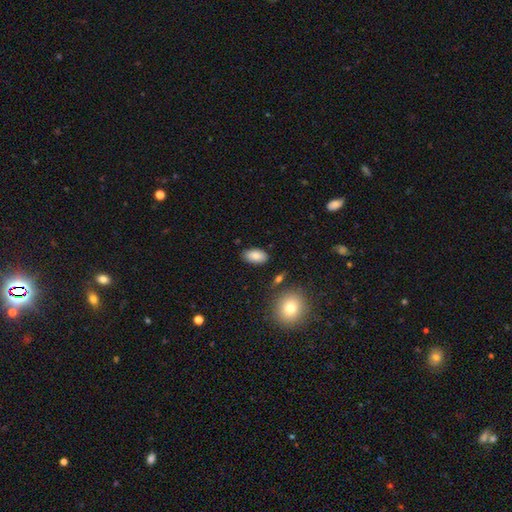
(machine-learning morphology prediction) Smooth or featured?
  - smooth: 85% *
  - star or artifact: 8%
  - featured or disk: 7%
How rounded?
  - in between: 93% *
  - round: 4%
  - cigar-shaped: 2%
Merging?
  - none: 85% *
  - minor disturbance: 10%
  - merger: 3%
  - major disturbance: 2%